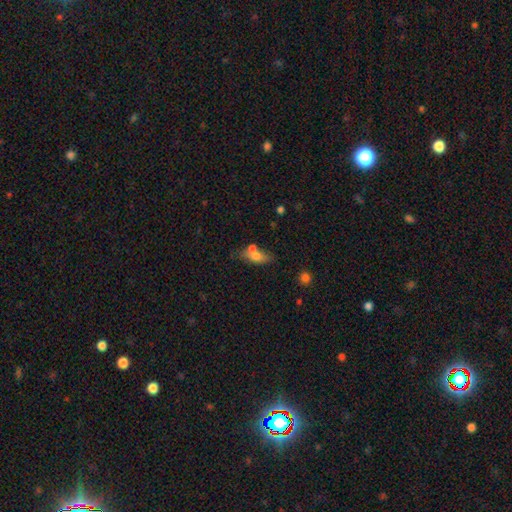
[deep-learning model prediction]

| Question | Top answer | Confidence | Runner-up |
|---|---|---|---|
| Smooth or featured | smooth | 67% | featured or disk (24%) |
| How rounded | in between | 76% | cigar-shaped (18%) |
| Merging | none | 48% | merger (30%) |